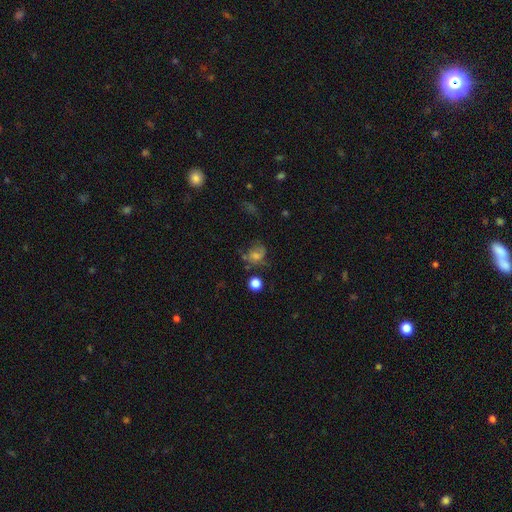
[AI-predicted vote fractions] Morphology: type=smooth (49%); merging=none (48%).